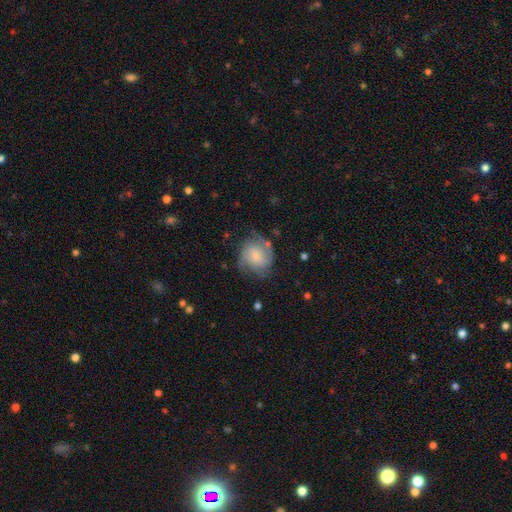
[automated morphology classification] A featured or disk galaxy (71%) with no bar (64%), 2 (51%) medium (46%) spiral arms (93%) and a small central bulge (57%). Merging: none (64%).